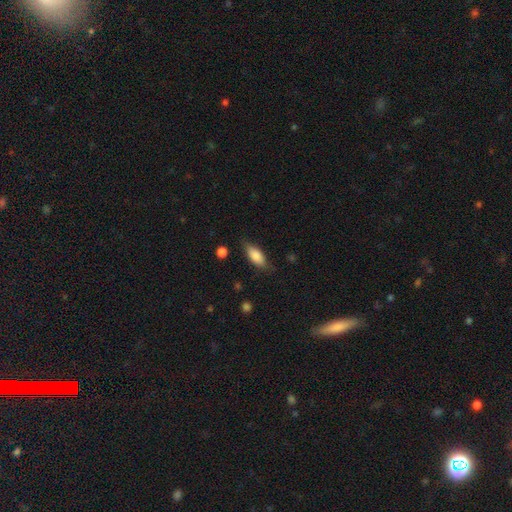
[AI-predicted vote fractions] smooth 81%, featured or disk 12%, star or artifact 7%. Down the decision tree: how rounded — in between (80%); merging — none (74%).